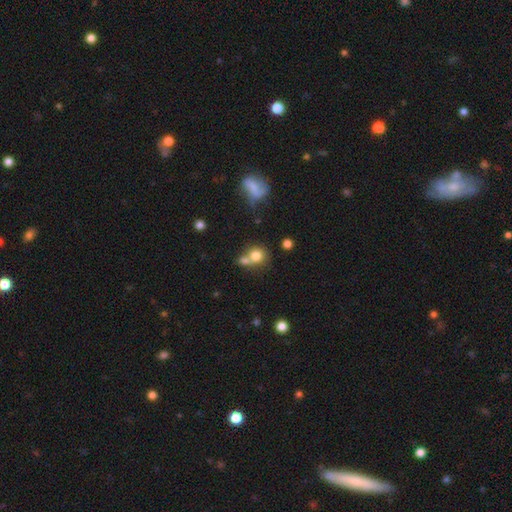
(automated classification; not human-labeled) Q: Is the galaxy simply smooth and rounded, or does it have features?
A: smooth — 76%.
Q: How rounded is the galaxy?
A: round — 77%.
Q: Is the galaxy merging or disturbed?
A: merger — 47%.